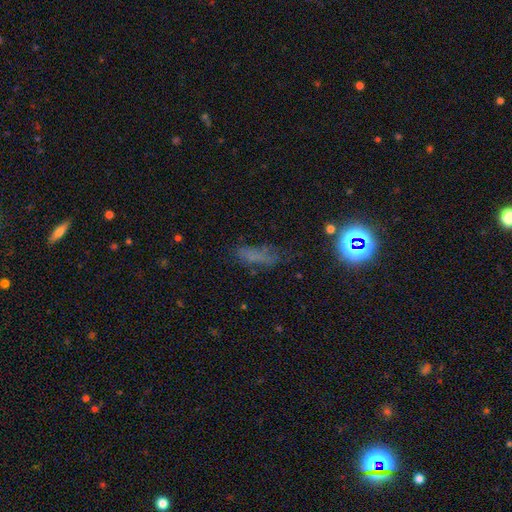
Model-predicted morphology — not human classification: Smooth or featured? Predicted: smooth (p=0.50). Merging? Predicted: none (p=0.56).